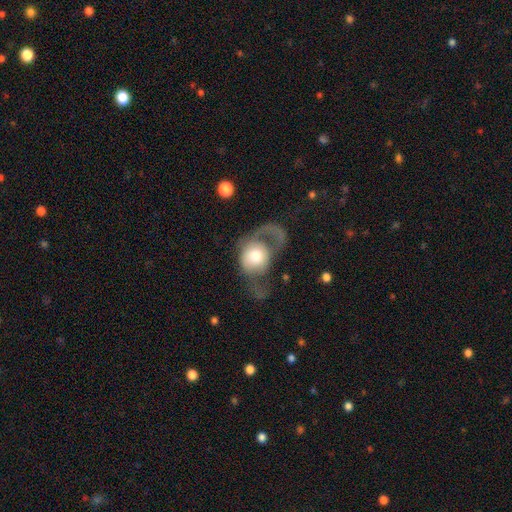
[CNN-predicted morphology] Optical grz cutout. It shows a smooth galaxy with no disk features (51%) that is round (63%). Merging: major disturbance (61%).